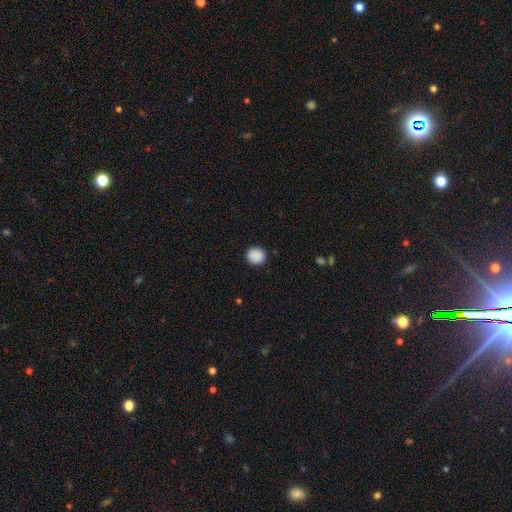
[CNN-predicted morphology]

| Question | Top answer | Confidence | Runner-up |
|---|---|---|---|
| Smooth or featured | smooth | 90% | star or artifact (8%) |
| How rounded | round | 84% | in between (15%) |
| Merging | none | 91% | minor disturbance (6%) |